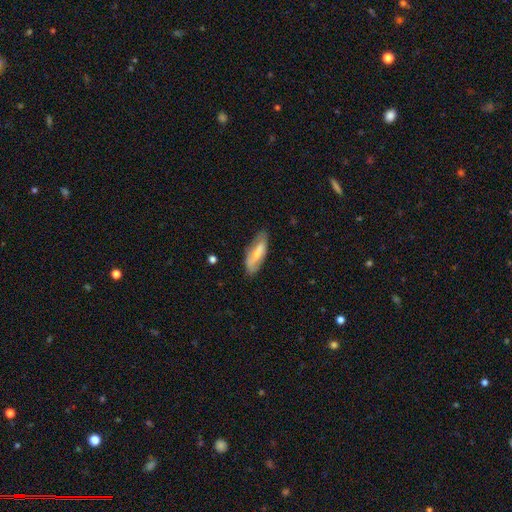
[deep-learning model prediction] smooth-or-featured: featured or disk: 50% | smooth: 43% | star or artifact: 7%
  merging: none: 75% | minor disturbance: 19% | major disturbance: 4% | merger: 2%